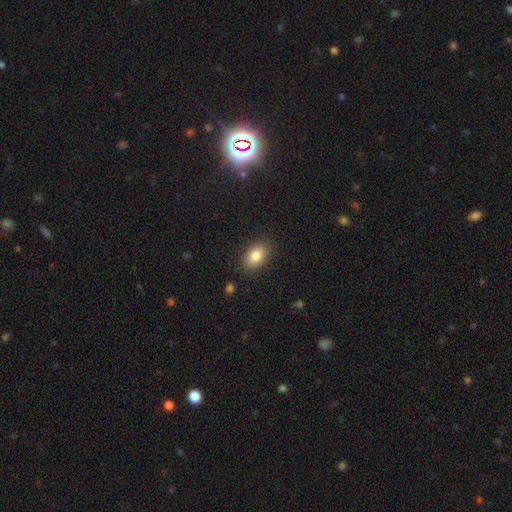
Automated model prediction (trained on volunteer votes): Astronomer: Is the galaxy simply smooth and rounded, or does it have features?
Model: smooth — 85%.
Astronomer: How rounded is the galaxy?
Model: in between — 87%.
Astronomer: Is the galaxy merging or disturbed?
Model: none — 86%.